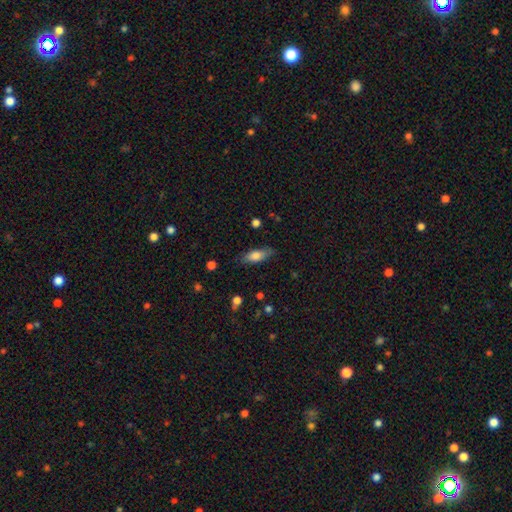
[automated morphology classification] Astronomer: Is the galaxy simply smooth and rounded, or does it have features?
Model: smooth — 72%.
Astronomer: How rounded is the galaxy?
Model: in between — 69%.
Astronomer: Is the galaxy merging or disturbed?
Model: none — 79%.